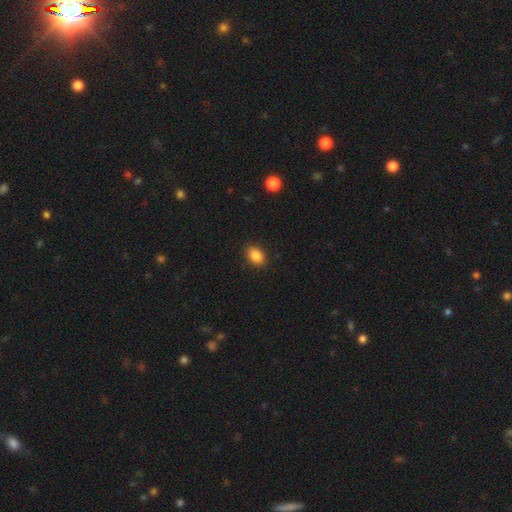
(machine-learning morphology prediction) A smooth galaxy with no disk features (87%) that is in between round and cigar-shaped (83%).

Vote fractions:
- Smooth or featured? smooth: 87% / star or artifact: 9% / featured or disk: 4%
- How rounded? in between: 83% / round: 16% / cigar-shaped: 1%
- Merging? none: 89% / minor disturbance: 8% / major disturbance: 2% / merger: 1%